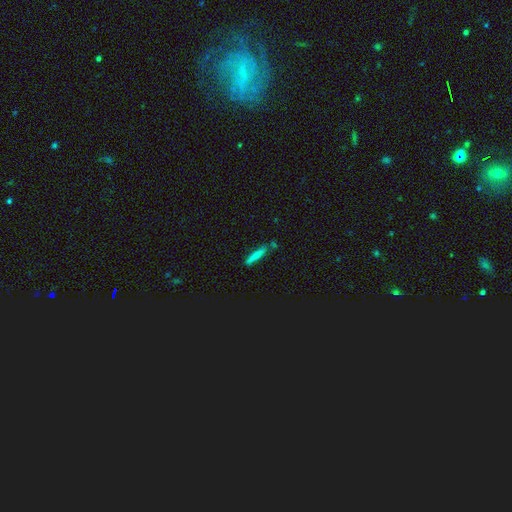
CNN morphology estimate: Smooth or featured?
  - smooth: 73% *
  - featured or disk: 17%
  - star or artifact: 9%
How rounded?
  - cigar-shaped: 92% *
  - in between: 6%
  - round: 2%
Merging?
  - none: 73% *
  - minor disturbance: 16%
  - merger: 7%
  - major disturbance: 4%